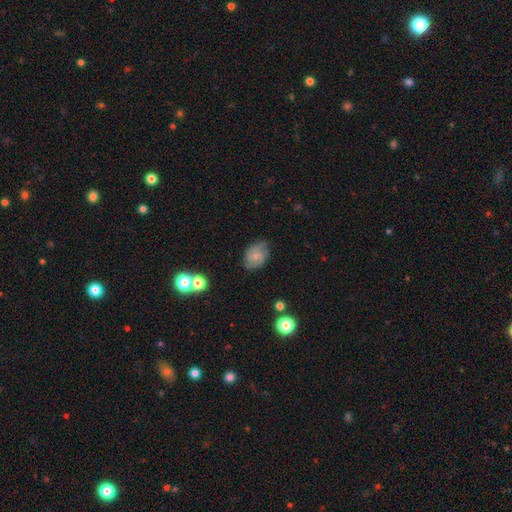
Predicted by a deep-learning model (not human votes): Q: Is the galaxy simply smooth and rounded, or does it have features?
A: smooth — 57%.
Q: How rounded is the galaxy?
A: in between — 71%.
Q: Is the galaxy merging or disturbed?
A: none — 66%.